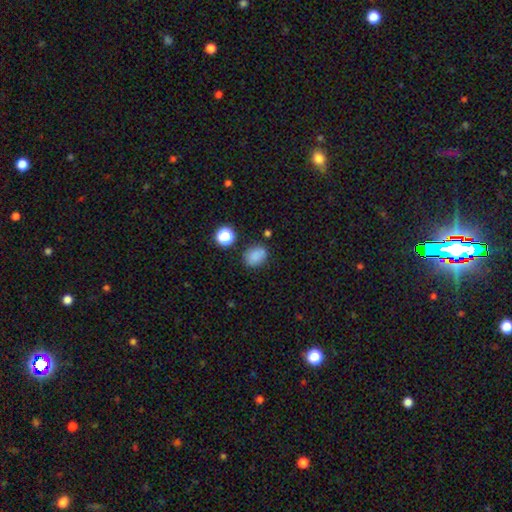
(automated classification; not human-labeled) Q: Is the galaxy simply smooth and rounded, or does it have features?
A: smooth — 80%.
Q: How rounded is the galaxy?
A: in between — 64%.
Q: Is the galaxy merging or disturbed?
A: none — 73%.